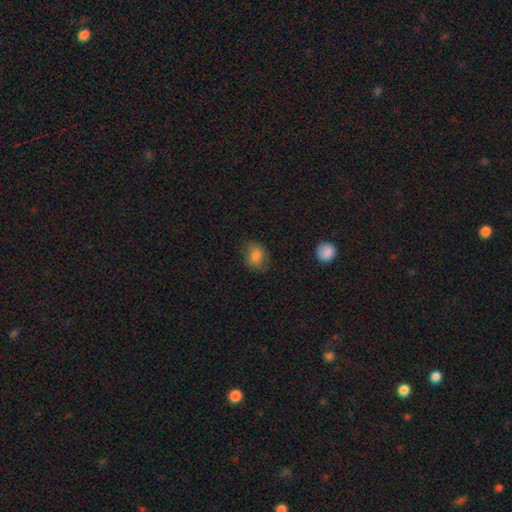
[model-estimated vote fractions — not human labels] smooth_or_featured: smooth (p=0.81) [alt: star or artifact p=0.09]
how_rounded: in between (p=0.59) [alt: round p=0.40]
merging: none (p=0.73) [alt: minor disturbance p=0.20]